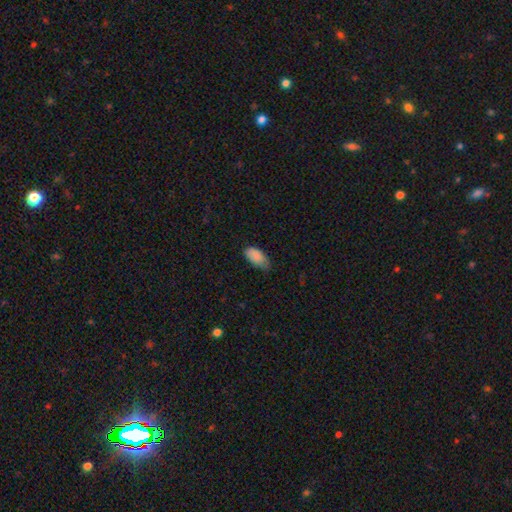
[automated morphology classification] smooth-or-featured: smooth: 88% | star or artifact: 7% | featured or disk: 5%
  how-rounded: in between: 94% | cigar-shaped: 3% | round: 3%
  merging: none: 60% | minor disturbance: 34% | major disturbance: 5% | merger: 1%